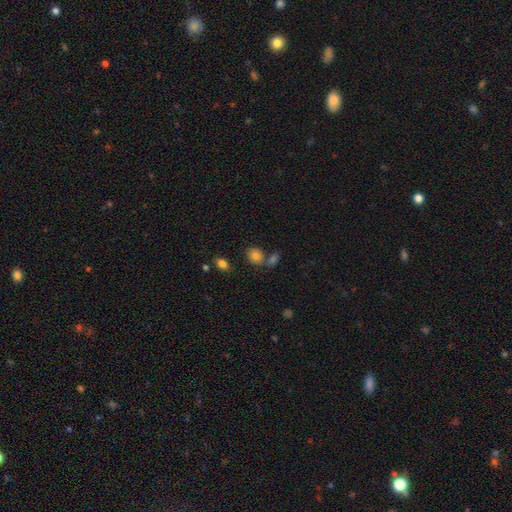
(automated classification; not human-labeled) The model was most divided on "how rounded": round: 53%, in between: 46%, cigar-shaped: 1%. More confident: smooth or featured — smooth (82%); merging — none (63%).